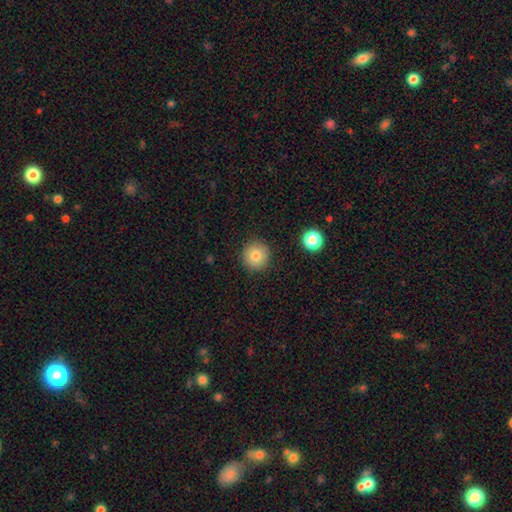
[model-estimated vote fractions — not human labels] Q: Smooth or featured?
A: smooth (80%); runner-up: star or artifact (10%)
Q: How rounded?
A: round (95%); runner-up: in between (4%)
Q: Merging?
A: none (90%); runner-up: minor disturbance (6%)